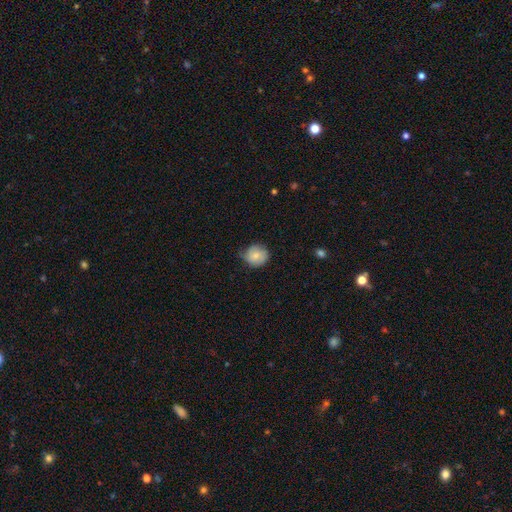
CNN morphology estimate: Q: Smooth or featured?
A: smooth (71%); runner-up: featured or disk (22%)
Q: How rounded?
A: round (85%); runner-up: in between (14%)
Q: Merging?
A: none (60%); runner-up: minor disturbance (33%)